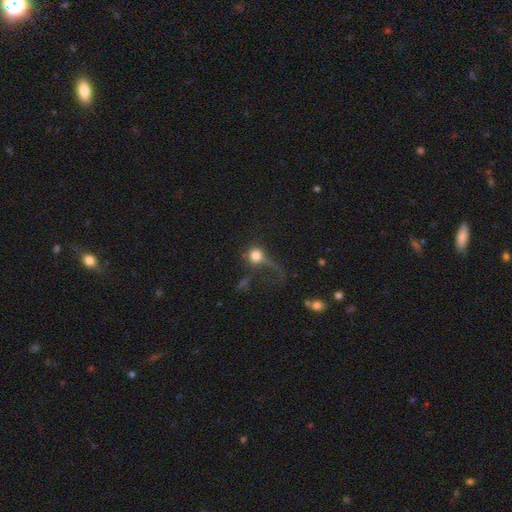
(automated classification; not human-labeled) Smooth or featured? smooth (68%)
How rounded? round (85%)
Merging? major disturbance (50%)